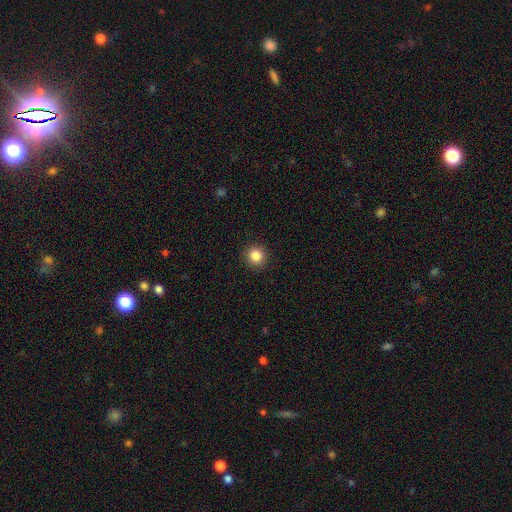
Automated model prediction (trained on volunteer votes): smooth_or_featured: smooth (p=0.85) [alt: star or artifact p=0.11]
how_rounded: round (p=0.93) [alt: in between p=0.06]
merging: none (p=0.92) [alt: minor disturbance p=0.05]